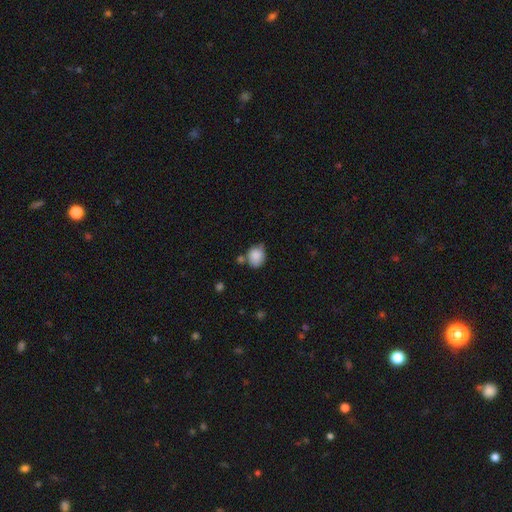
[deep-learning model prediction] This appears to be a smooth galaxy with no disk features (85%) that is round (57%). Merging: none (50%).